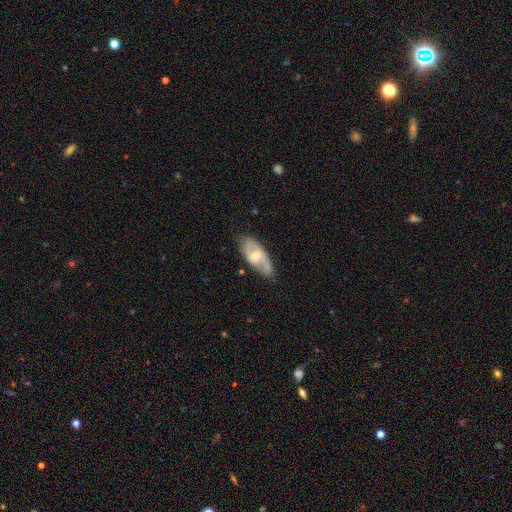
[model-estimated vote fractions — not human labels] A featured or disk galaxy (58%) with no bar (52%), spiral arms (72%) and a moderate central bulge (55%). Merging: none (67%).